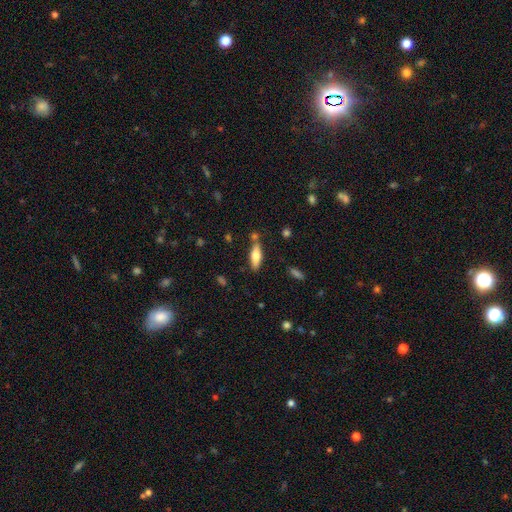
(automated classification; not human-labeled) Smooth or featured? Predicted: smooth (p=0.64). How rounded? Predicted: in between (p=0.59). Merging? Predicted: none (p=0.75).